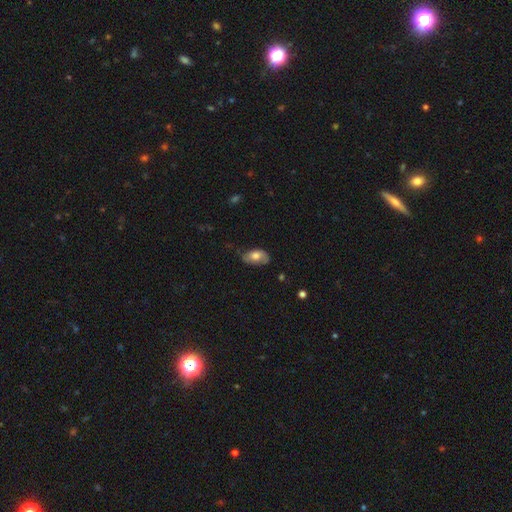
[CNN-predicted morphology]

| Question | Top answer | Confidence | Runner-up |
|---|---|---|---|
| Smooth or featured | smooth | 64% | featured or disk (29%) |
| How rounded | in between | 92% | round (6%) |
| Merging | none | 56% | minor disturbance (33%) |